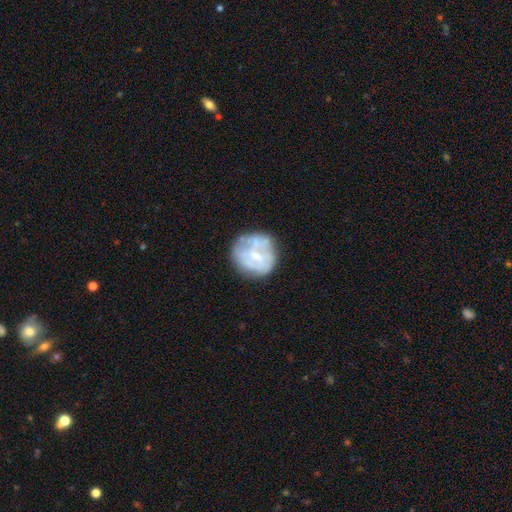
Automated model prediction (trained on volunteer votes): A featured or disk galaxy (59%) with no bar (65%), no spiral arms (69%) and a small central bulge (52%).

Vote fractions:
- Smooth or featured? featured or disk: 59% / smooth: 33% / star or artifact: 7%
- Edge-on disk? no: 98% / yes: 2%
- Bar? no: 65% / weak: 28% / strong: 7%
- Spiral arms? no: 69% / yes: 31%
- Bulge size? small: 52% / moderate: 28% / none: 18% / large: 2% / dominant: 1%
- Merging? none: 56% / minor disturbance: 22% / major disturbance: 13% / merger: 9%